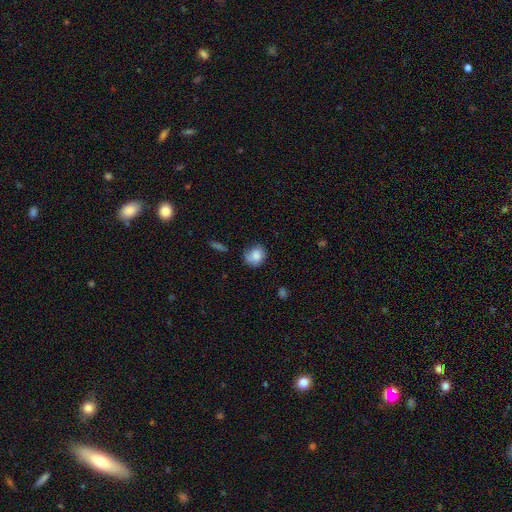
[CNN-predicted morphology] Smooth or featured? Predicted: smooth (p=0.78). How rounded? Predicted: round (p=0.67). Merging? Predicted: none (p=0.57).